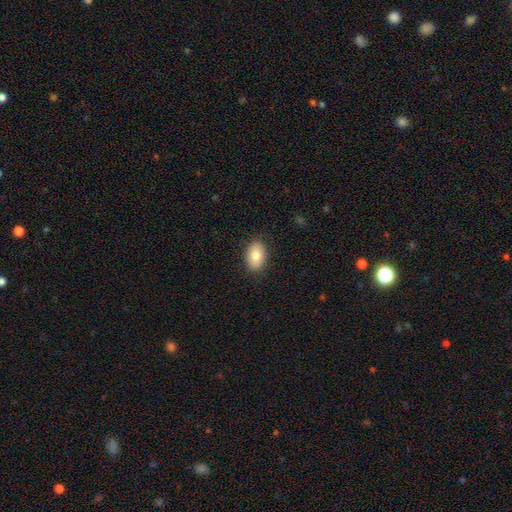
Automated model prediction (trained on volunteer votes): Smooth or featured? smooth (81%)
How rounded? in between (86%)
Merging? none (88%)